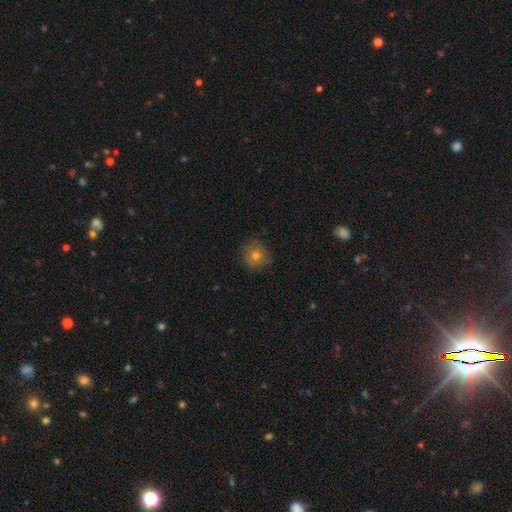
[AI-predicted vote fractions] Smooth or featured? Predicted: smooth (p=0.72). How rounded? Predicted: round (p=0.89). Merging? Predicted: none (p=0.84).